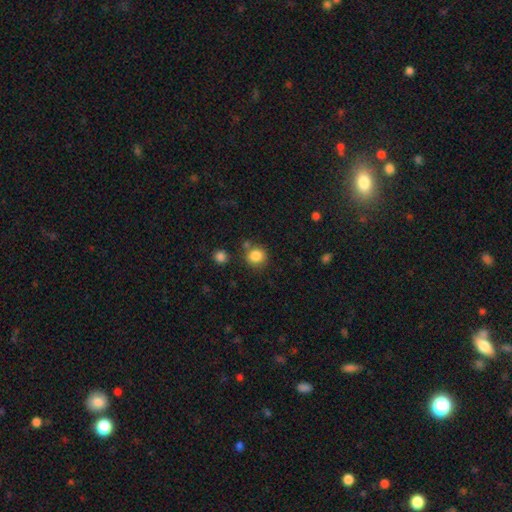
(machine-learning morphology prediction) type=smooth (85%); roundness=round (88%); merging=none (77%).